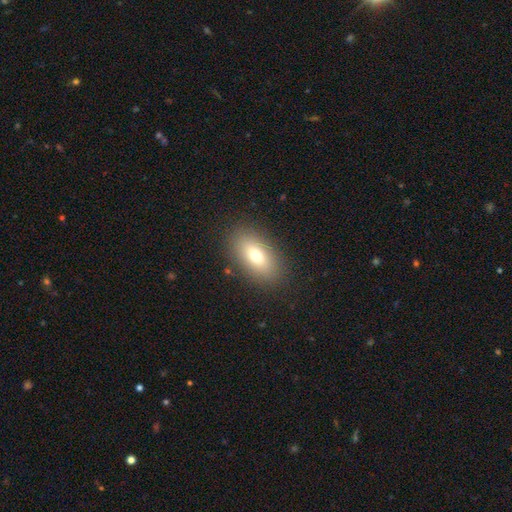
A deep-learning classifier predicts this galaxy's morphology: Smooth or featured? smooth (73%)
How rounded? in between (89%)
Merging? none (87%)